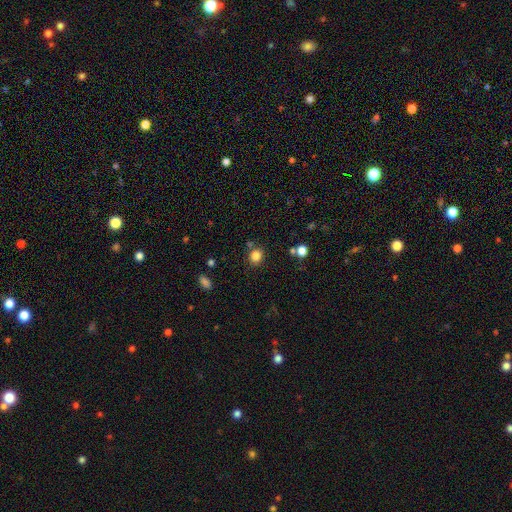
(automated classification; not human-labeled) Smooth or featured? Predicted: smooth (p=0.83). How rounded? Predicted: round (p=0.77). Merging? Predicted: none (p=0.77).